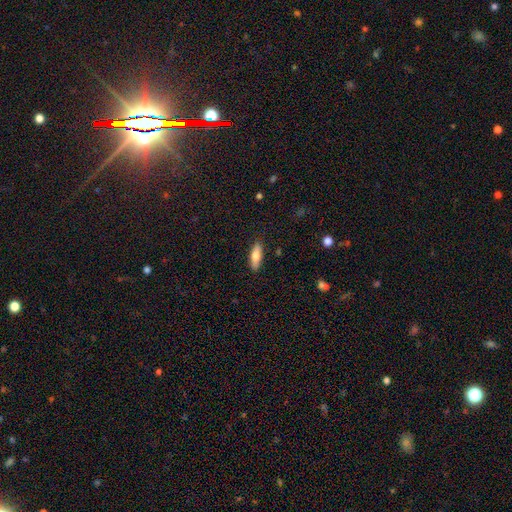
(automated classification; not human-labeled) Overall: smooth (73%). How rounded: in between (55%; cigar-shaped 43%). Merging: none (87%).